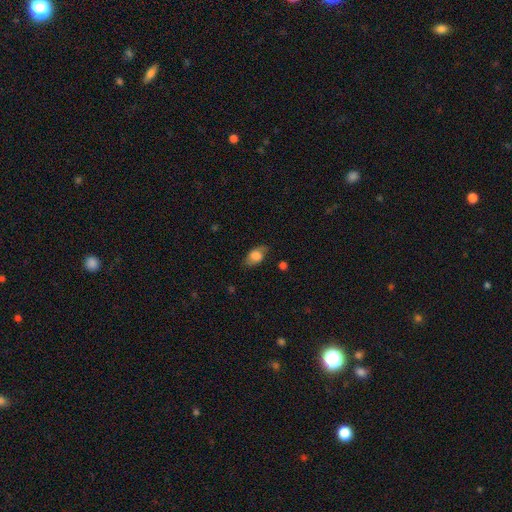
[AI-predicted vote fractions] Smooth or featured?
  - smooth: 64% *
  - featured or disk: 27%
  - star or artifact: 9%
How rounded?
  - in between: 84% *
  - round: 13%
  - cigar-shaped: 3%
Merging?
  - none: 69% *
  - minor disturbance: 22%
  - major disturbance: 8%
  - merger: 2%